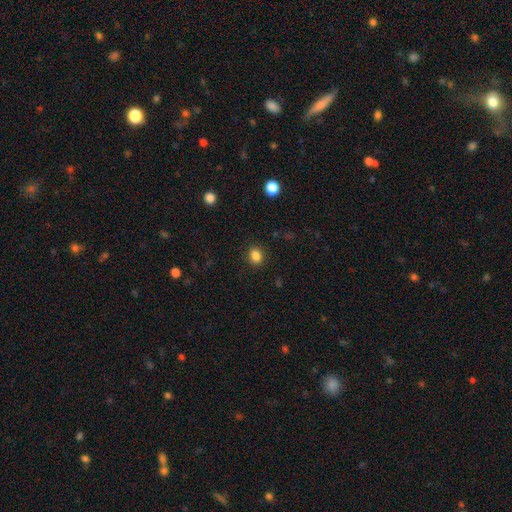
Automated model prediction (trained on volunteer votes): smooth-or-featured: smooth: 85% | star or artifact: 11% | featured or disk: 4%
  how-rounded: in between: 50% | round: 49% | cigar-shaped: 1%
  merging: none: 86% | minor disturbance: 9% | major disturbance: 3% | merger: 2%